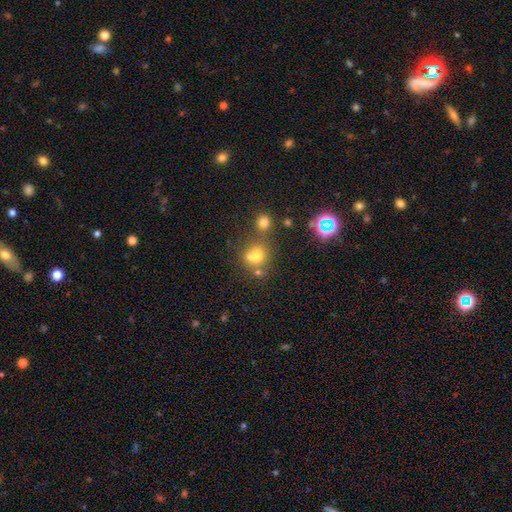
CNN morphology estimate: This is likely a smooth galaxy (65%). How rounded: likely round (76%). Merging: marginally merger (44%).